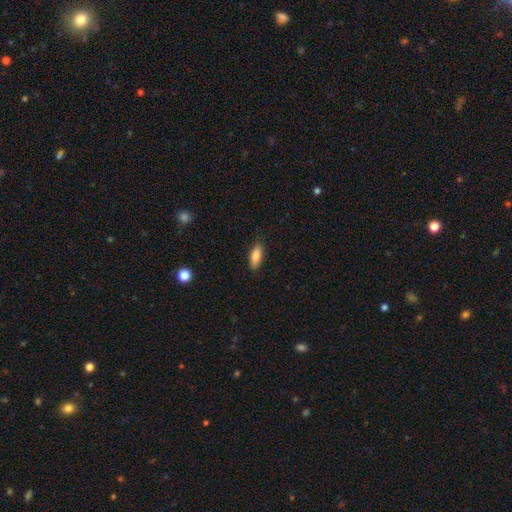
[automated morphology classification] This appears to be a smooth galaxy with no disk features (84%) that is in between round and cigar-shaped (74%). Merging: none (87%).